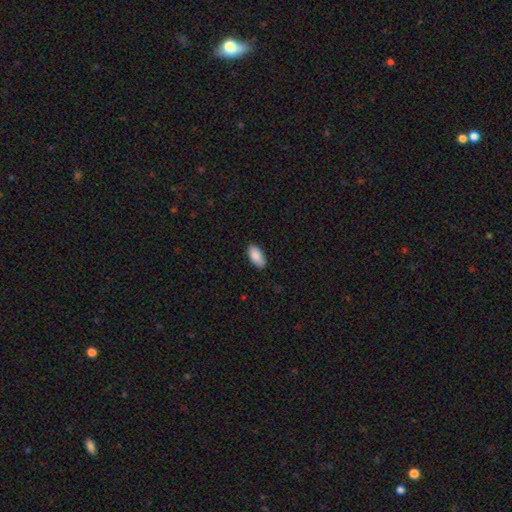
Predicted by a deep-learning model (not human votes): A smooth galaxy with no disk features (88%) that is in between round and cigar-shaped (94%).

Vote fractions:
- Smooth or featured? smooth: 88% / star or artifact: 6% / featured or disk: 5%
- How rounded? in between: 94% / cigar-shaped: 4% / round: 2%
- Merging? none: 86% / minor disturbance: 11% / major disturbance: 2% / merger: 1%